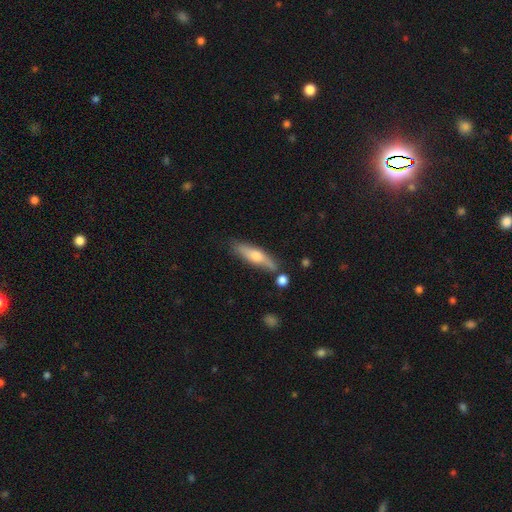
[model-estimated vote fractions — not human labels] Smooth or featured?
  - smooth: 52% *
  - featured or disk: 41%
  - star or artifact: 7%
How rounded?
  - cigar-shaped: 74% *
  - in between: 24%
  - round: 2%
Merging?
  - none: 76% *
  - minor disturbance: 15%
  - merger: 6%
  - major disturbance: 3%